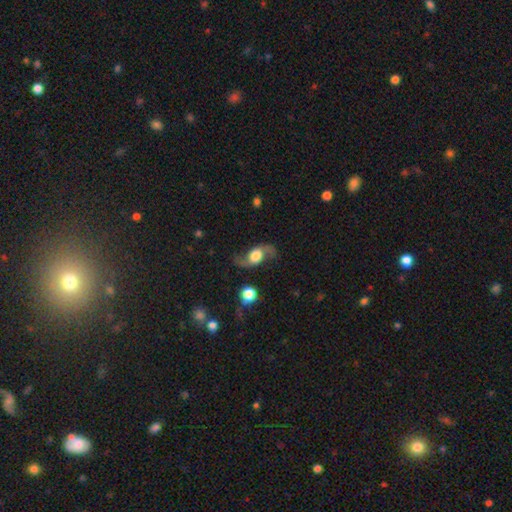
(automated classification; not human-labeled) A featured or disk galaxy (72%) with no bar (64%), 2 (93%) loose (82%) spiral arms (92%) and a large central bulge (55%).

Vote fractions:
- Smooth or featured? featured or disk: 72% / smooth: 21% / star or artifact: 7%
- Edge-on disk? no: 90% / yes: 10%
- Bar? no: 64% / weak: 28% / strong: 7%
- Spiral arms? yes: 92% / no: 8%
- Spiral winding? loose: 82% / medium: 15% / tight: 4%
- Spiral arm count? 2: 93% / can't tell: 2% / 1: 2% / 3: 1% / 4: 1% / more than 4: 1%
- Bulge size? large: 55% / moderate: 23% / dominant: 16% / small: 4% / none: 3%
- Merging? none: 71% / minor disturbance: 16% / major disturbance: 10% / merger: 2%